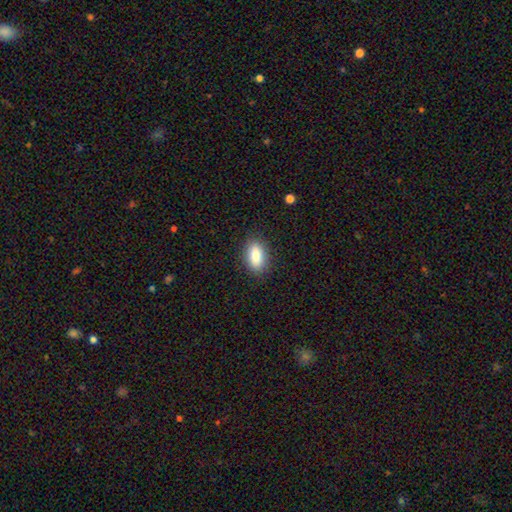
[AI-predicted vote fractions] Overall: smooth (87%). How rounded: in between (90%). Merging: none (87%).